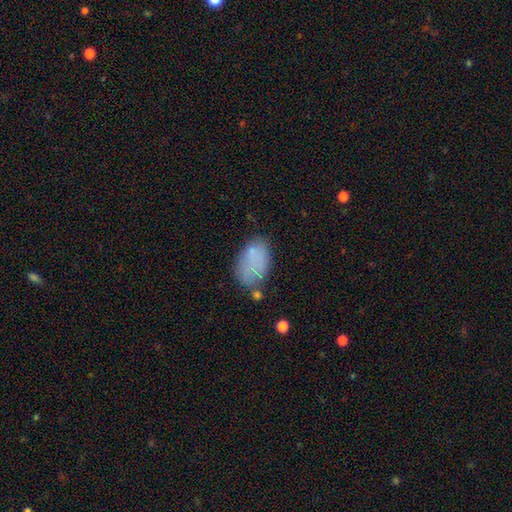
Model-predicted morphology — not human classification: Smooth or featured? smooth (74%)
How rounded? in between (91%)
Merging? none (51%)